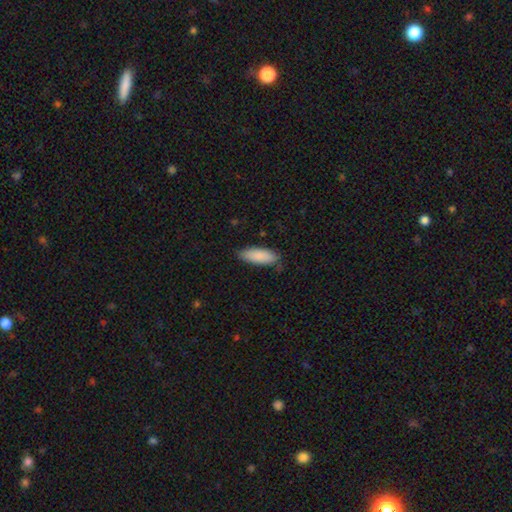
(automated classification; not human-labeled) This is clearly a smooth galaxy (87%). How rounded: likely in between (63%). Merging: clearly none (81%).